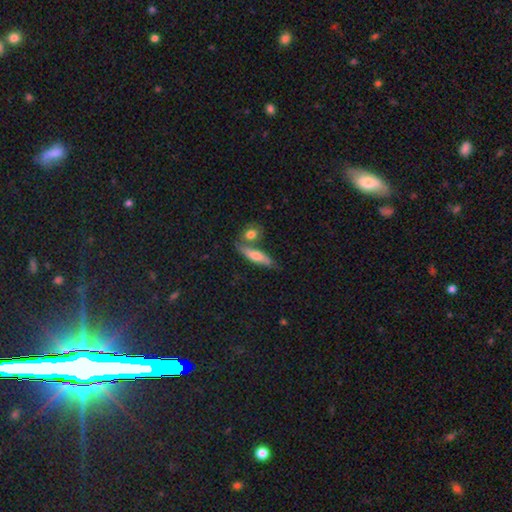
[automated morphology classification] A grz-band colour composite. It shows a smooth galaxy with no disk features (64%) that is cigar-shaped (63%). Merging: none (57%).